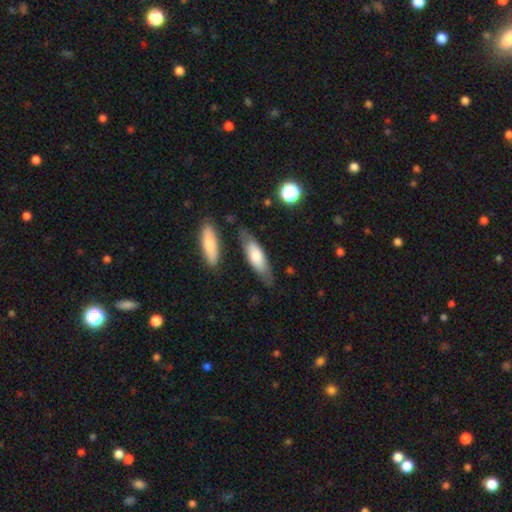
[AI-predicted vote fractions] smooth_or_featured: smooth (p=0.67) [alt: featured or disk p=0.27]
how_rounded: in between (p=0.55) [alt: cigar-shaped p=0.43]
merging: none (p=0.71) [alt: minor disturbance p=0.19]